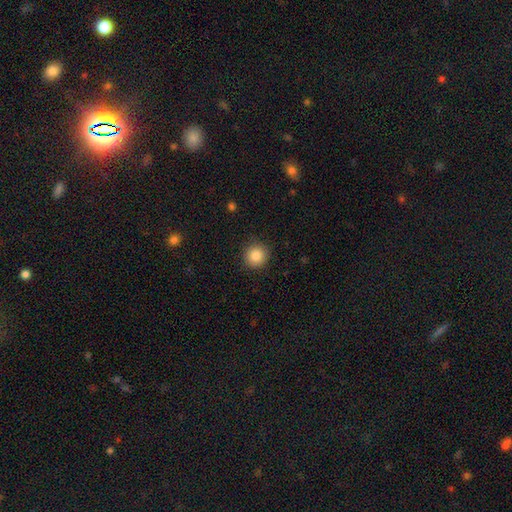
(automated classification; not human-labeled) Smooth or featured? smooth (85%)
How rounded? round (94%)
Merging? none (89%)